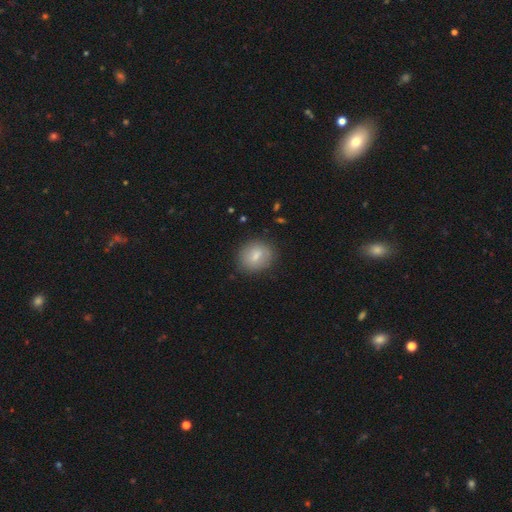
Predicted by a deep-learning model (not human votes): A smooth galaxy with no disk features (73%) that is round (63%). Merging: none (77%).